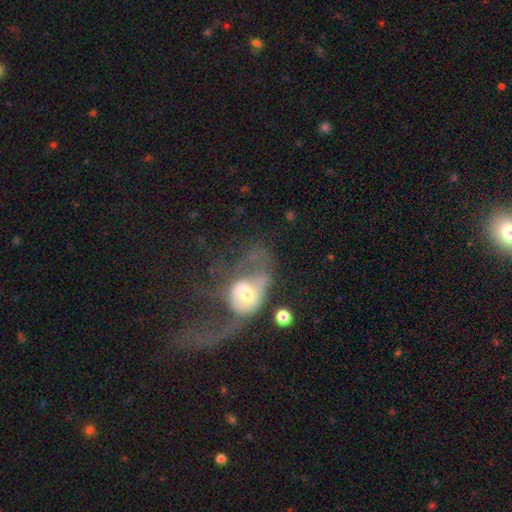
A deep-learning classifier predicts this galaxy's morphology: smooth-or-featured: featured or disk: 52% | smooth: 36% | star or artifact: 11%
  disk-edge-on: no: 94% | yes: 6%
  merging: major disturbance: 63% | merger: 17% | none: 11% | minor disturbance: 9%